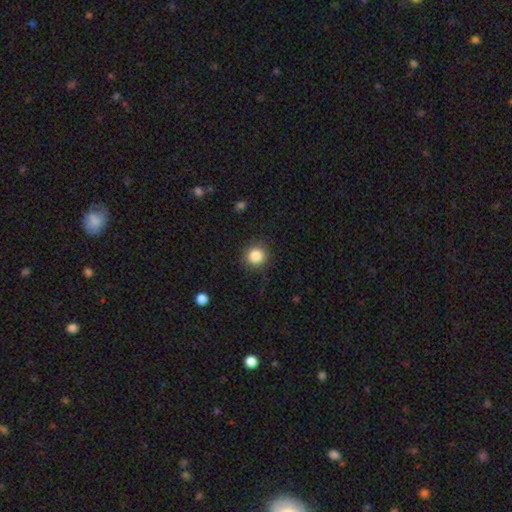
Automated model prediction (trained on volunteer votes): A smooth galaxy with no disk features (85%) that is round (92%).

Vote fractions:
- Smooth or featured? smooth: 85% / star or artifact: 10% / featured or disk: 4%
- How rounded? round: 92% / in between: 7% / cigar-shaped: 1%
- Merging? none: 88% / minor disturbance: 8% / major disturbance: 3% / merger: 1%